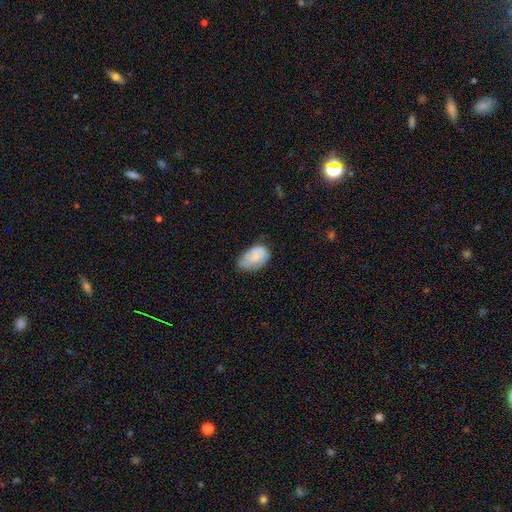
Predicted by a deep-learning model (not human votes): Smooth or featured: smooth — 64% (featured or disk — 28%)
How rounded: in between — 91% (round — 8%)
Merging: none — 48% (minor disturbance — 37%)